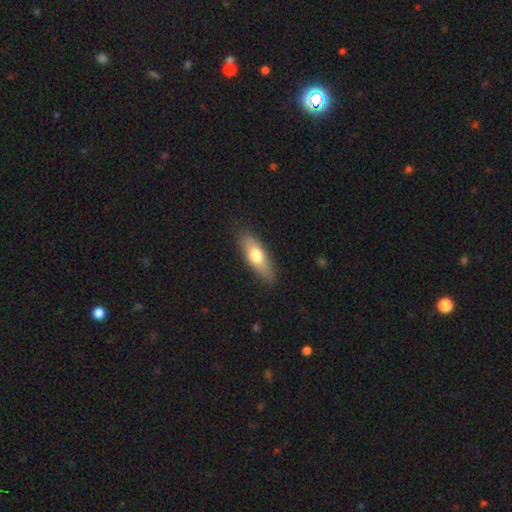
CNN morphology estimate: Smooth or featured?
  - smooth: 67% *
  - featured or disk: 27%
  - star or artifact: 6%
How rounded?
  - in between: 58% *
  - cigar-shaped: 39%
  - round: 3%
Merging?
  - none: 86% *
  - minor disturbance: 11%
  - major disturbance: 3%
  - merger: 1%